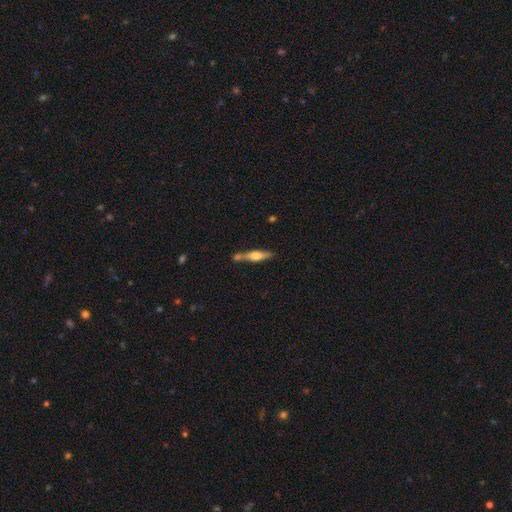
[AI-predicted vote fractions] Smooth or featured? Predicted: featured or disk (p=0.58). Edge-on disk? Predicted: yes (p=0.95). Edge-on bulge? Predicted: rounded (p=0.89). Merging? Predicted: none (p=0.65).